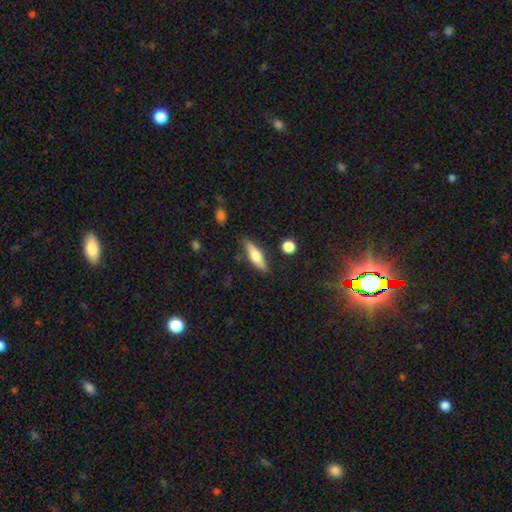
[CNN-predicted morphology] The model was most divided on "smooth or featured": smooth: 57%, featured or disk: 36%, star or artifact: 6%. More confident: merging — none (82%); how rounded — cigar-shaped (62%).